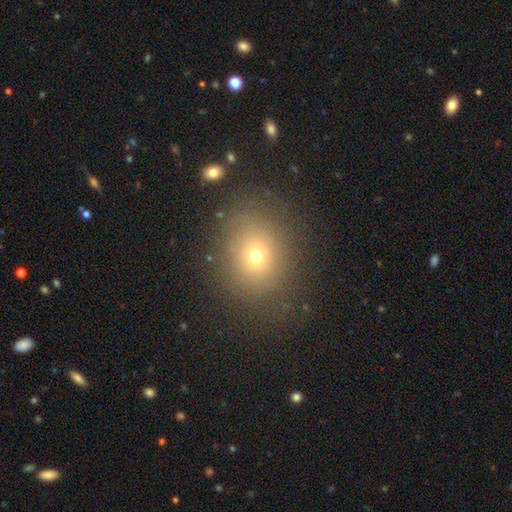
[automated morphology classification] Q: Smooth or featured?
A: smooth (67%); runner-up: star or artifact (19%)
Q: How rounded?
A: round (64%); runner-up: in between (35%)
Q: Merging?
A: none (80%); runner-up: minor disturbance (12%)